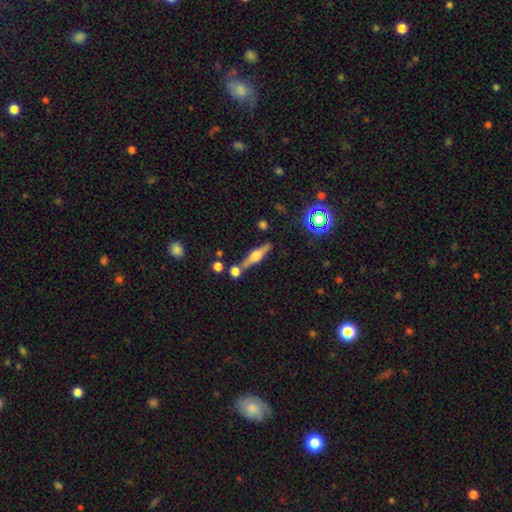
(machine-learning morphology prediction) Smooth or featured? Predicted: featured or disk (p=0.67). Edge-on disk? Predicted: yes (p=0.95). Edge-on bulge? Predicted: rounded (p=0.92). Merging? Predicted: none (p=0.72).